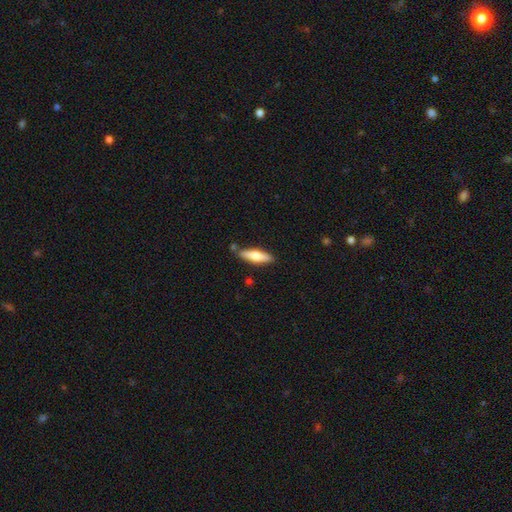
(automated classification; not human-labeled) A smooth galaxy with no disk features (61%) that is cigar-shaped (63%).

Vote fractions:
- Smooth or featured? smooth: 61% / featured or disk: 33% / star or artifact: 6%
- How rounded? cigar-shaped: 63% / in between: 35% / round: 2%
- Merging? none: 80% / minor disturbance: 13% / merger: 5% / major disturbance: 2%